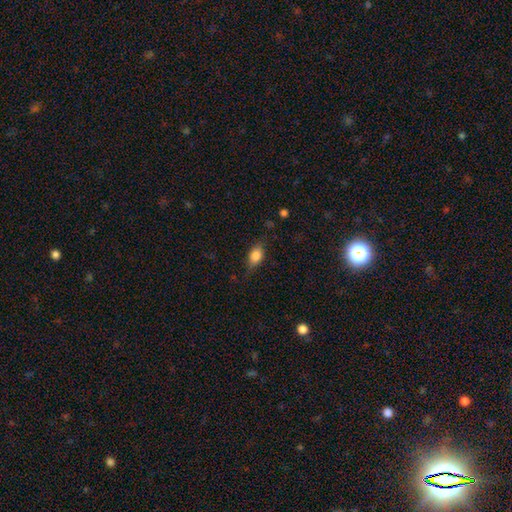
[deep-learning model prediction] Smooth or featured?
  - smooth: 80% *
  - featured or disk: 12%
  - star or artifact: 8%
How rounded?
  - in between: 82% *
  - round: 13%
  - cigar-shaped: 6%
Merging?
  - none: 71% *
  - minor disturbance: 22%
  - major disturbance: 6%
  - merger: 1%